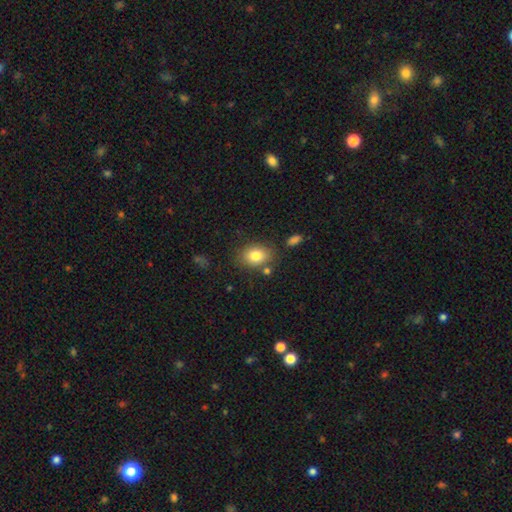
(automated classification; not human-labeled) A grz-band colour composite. It shows a smooth galaxy with no disk features (81%) that is in between round and cigar-shaped (68%). Merging: none (76%).